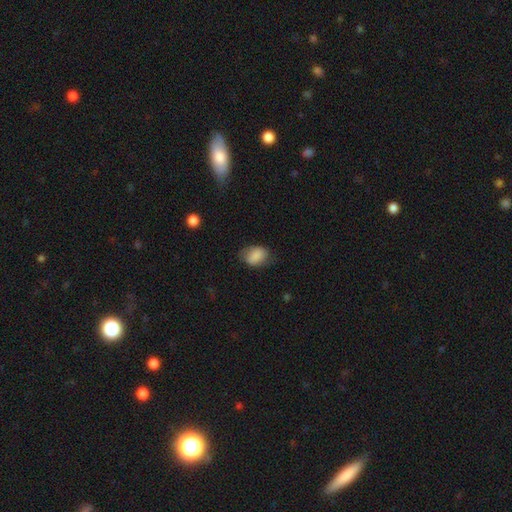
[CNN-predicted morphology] Smooth or featured?
  - smooth: 84% *
  - featured or disk: 8%
  - star or artifact: 7%
How rounded?
  - in between: 77% *
  - round: 22%
  - cigar-shaped: 1%
Merging?
  - none: 66% *
  - minor disturbance: 25%
  - major disturbance: 7%
  - merger: 1%